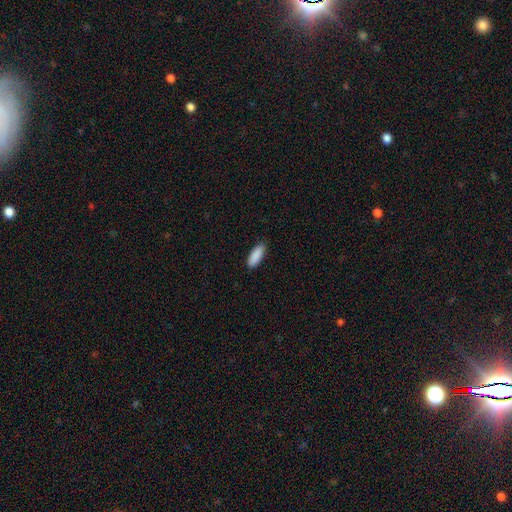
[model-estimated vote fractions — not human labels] A smooth galaxy with no disk features (91%) that is in between round and cigar-shaped (65%). Merging: none (88%).